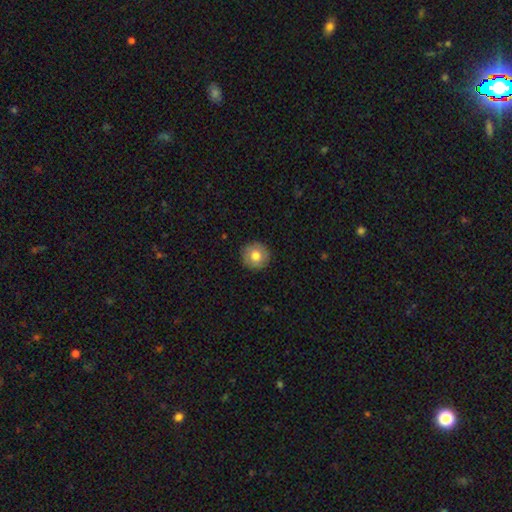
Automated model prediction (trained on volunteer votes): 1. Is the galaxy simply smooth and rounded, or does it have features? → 74% smooth, 18% featured or disk, 8% star or artifact.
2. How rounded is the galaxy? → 94% round, 5% in between, 1% cigar-shaped.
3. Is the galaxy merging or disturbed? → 89% none, 8% minor disturbance, 2% major disturbance, 1% merger.